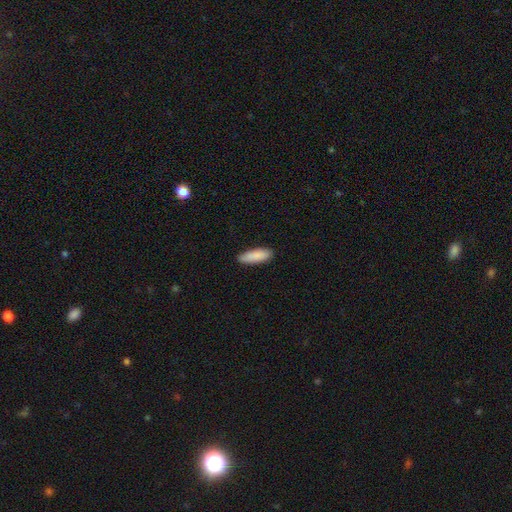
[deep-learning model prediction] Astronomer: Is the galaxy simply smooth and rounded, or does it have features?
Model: smooth — 89%.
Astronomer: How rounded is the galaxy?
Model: in between — 54% (runner-up: cigar-shaped, 44%).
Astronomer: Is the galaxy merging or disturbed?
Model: none — 87%.